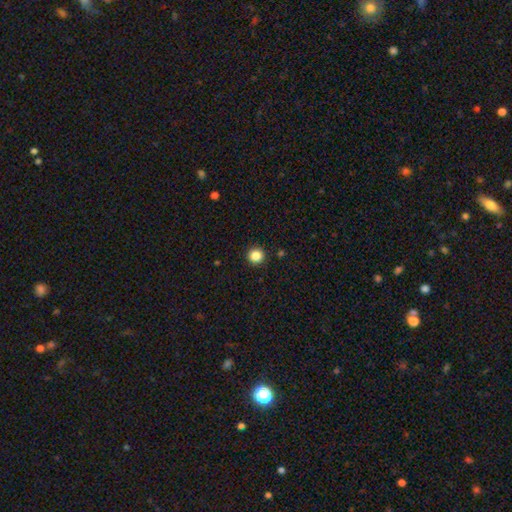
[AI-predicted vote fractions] Smooth or featured? Predicted: smooth (p=0.85). How rounded? Predicted: round (p=0.95). Merging? Predicted: none (p=0.93).